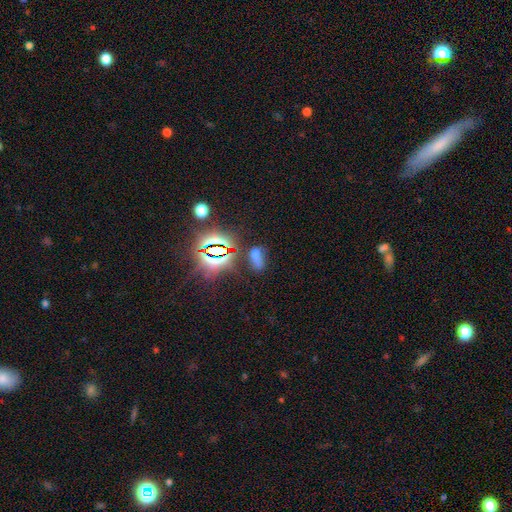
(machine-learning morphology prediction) Smooth or featured: smooth — 49% (star or artifact — 38%)
Merging: none — 48% (minor disturbance — 20%)